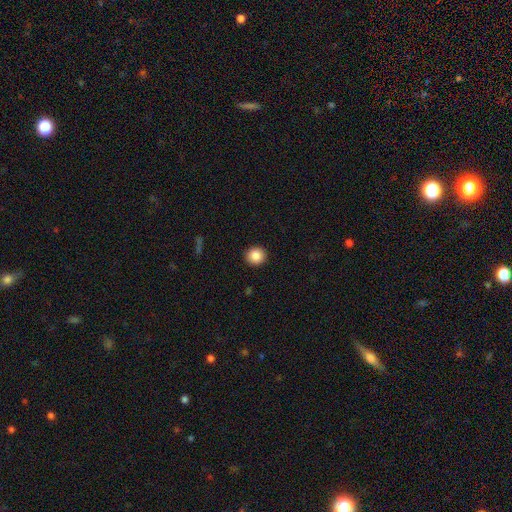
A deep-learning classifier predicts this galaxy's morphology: Smooth or featured: smooth — 86% (star or artifact — 9%)
How rounded: round — 90% (in between — 9%)
Merging: none — 93% (minor disturbance — 5%)